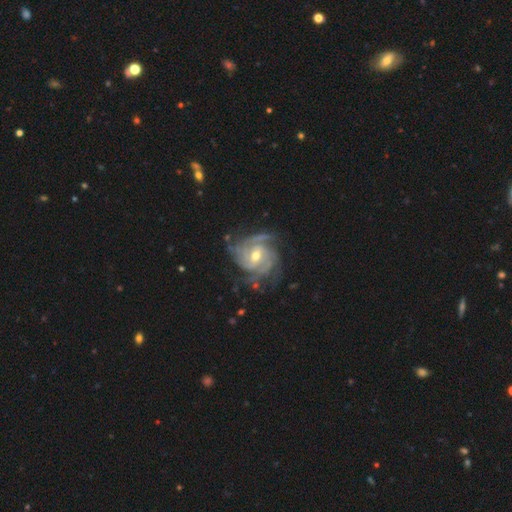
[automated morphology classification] smooth_or_featured: featured or disk (p=0.91) [alt: star or artifact p=0.05]
disk_edge_on: no (p=0.98) [alt: yes p=0.02]
bar: weak (p=0.45) [alt: no p=0.41]
has_spiral_arms: yes (p=0.98) [alt: no p=0.02]
spiral_winding: tight (p=0.65) [alt: medium p=0.30]
spiral_arm_count: 3 (p=0.32) [alt: 4 p=0.24]
bulge_size: moderate (p=0.61) [alt: small p=0.35]
merging: none (p=0.69) [alt: minor disturbance p=0.20]